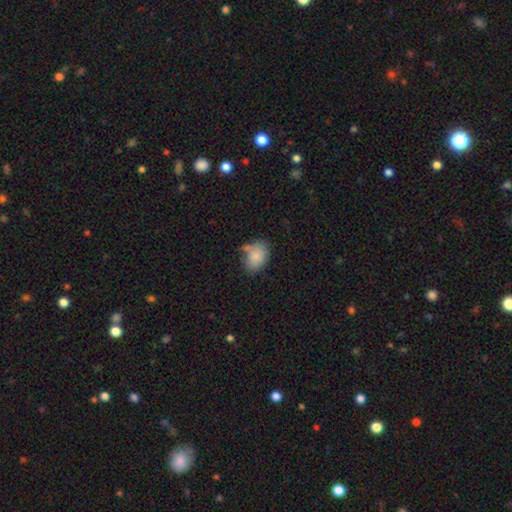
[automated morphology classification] Smooth or featured: smooth — 84% (featured or disk — 8%)
How rounded: in between — 77% (round — 22%)
Merging: none — 55% (minor disturbance — 25%)